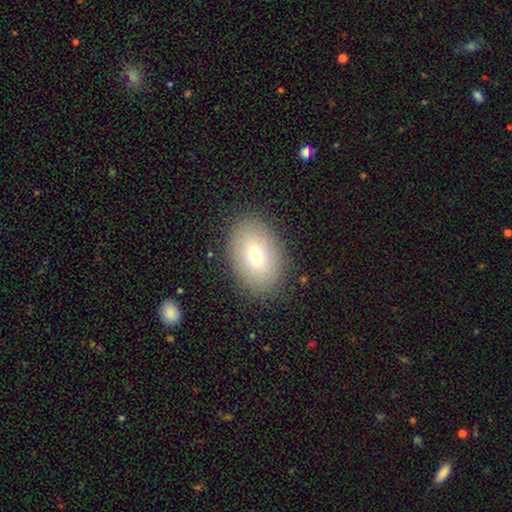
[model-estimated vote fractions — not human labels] Q: Smooth or featured?
A: smooth (74%); runner-up: featured or disk (17%)
Q: How rounded?
A: in between (85%); runner-up: round (14%)
Q: Merging?
A: none (87%); runner-up: minor disturbance (9%)